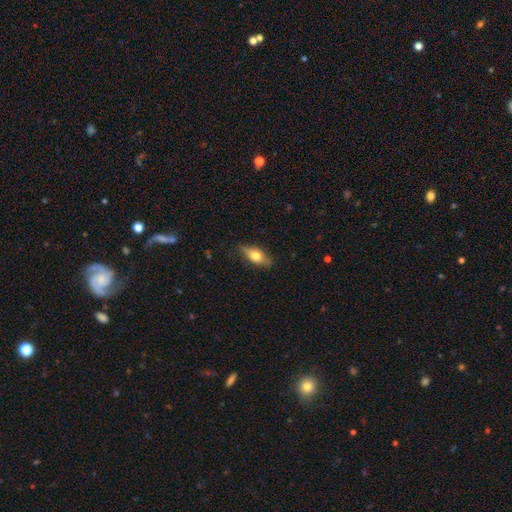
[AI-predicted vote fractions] This appears to be a smooth galaxy with no disk features (62%) that is in between round and cigar-shaped (74%). Merging: none (82%).